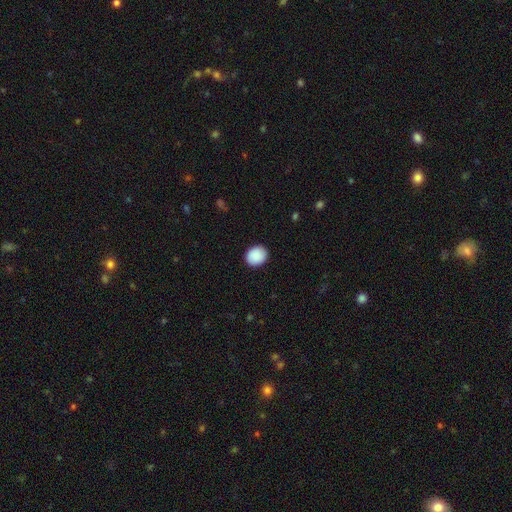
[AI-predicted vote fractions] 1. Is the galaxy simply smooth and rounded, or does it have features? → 90% smooth, 7% star or artifact, 3% featured or disk.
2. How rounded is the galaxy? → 60% round, 39% in between, 1% cigar-shaped.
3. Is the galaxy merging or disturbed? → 89% none, 8% minor disturbance, 2% major disturbance, 1% merger.